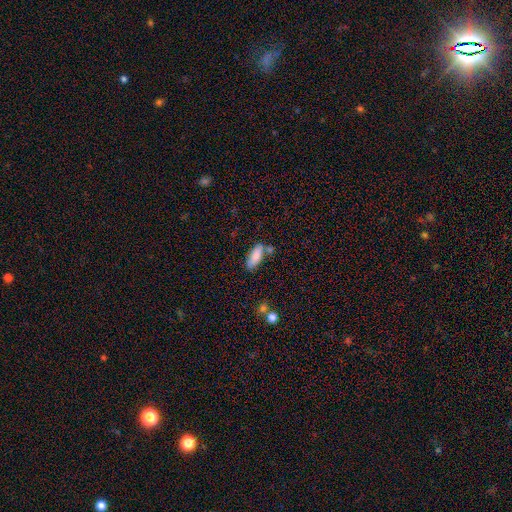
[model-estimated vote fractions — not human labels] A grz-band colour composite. It shows a smooth galaxy with no disk features (84%) that is in between round and cigar-shaped (72%). Merging: none (68%).